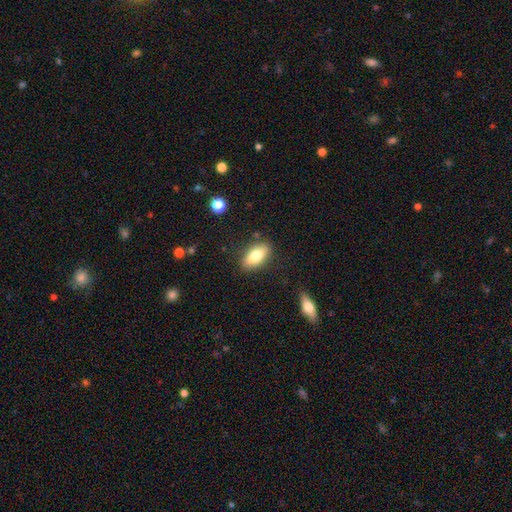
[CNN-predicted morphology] The model was most divided on "smooth or featured": smooth: 73%, featured or disk: 20%, star or artifact: 7%. More confident: how rounded — in between (86%); merging — none (85%).